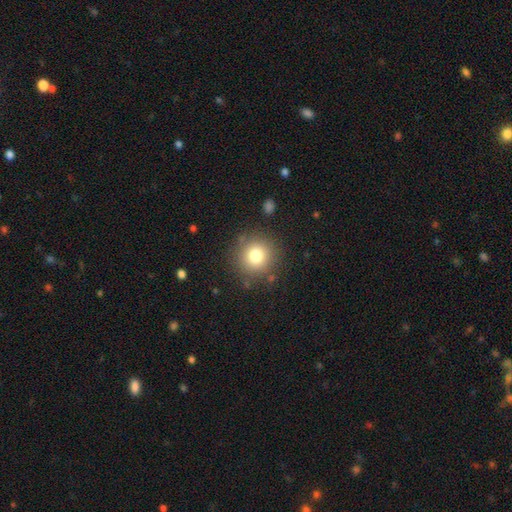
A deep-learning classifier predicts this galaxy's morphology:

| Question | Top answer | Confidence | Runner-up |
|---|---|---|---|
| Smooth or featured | smooth | 79% | star or artifact (12%) |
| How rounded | round | 94% | in between (5%) |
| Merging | none | 86% | minor disturbance (8%) |